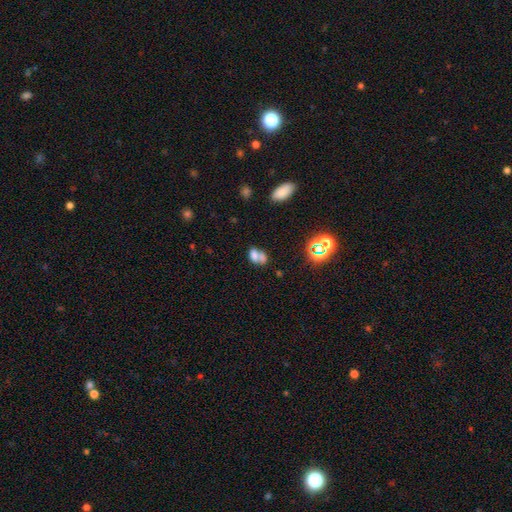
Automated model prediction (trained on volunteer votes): Smooth or featured? Predicted: smooth (p=0.66). How rounded? Predicted: in between (p=0.78). Merging? Predicted: merger (p=0.60).